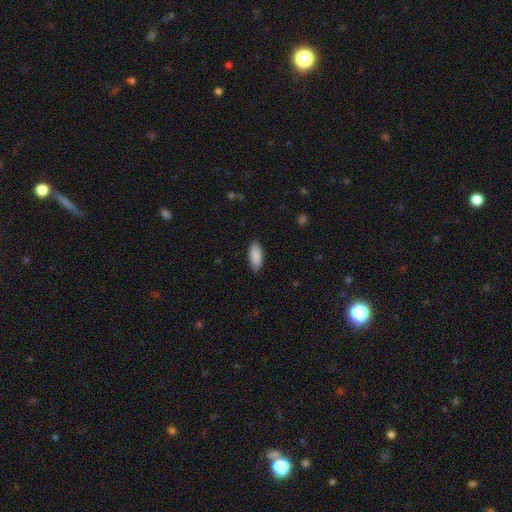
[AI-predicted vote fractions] smooth_or_featured: smooth (p=0.90) [alt: star or artifact p=0.06]
how_rounded: in between (p=0.82) [alt: cigar-shaped p=0.17]
merging: none (p=0.87) [alt: minor disturbance p=0.10]